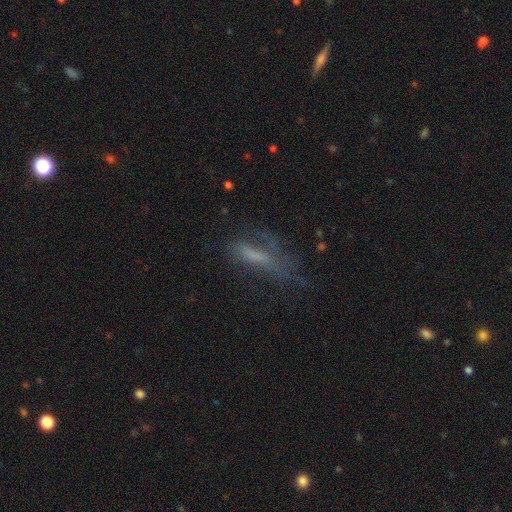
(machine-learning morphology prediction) smooth_or_featured: smooth (p=0.48) [alt: featured or disk p=0.35]
merging: none (p=0.40) [alt: major disturbance p=0.32]